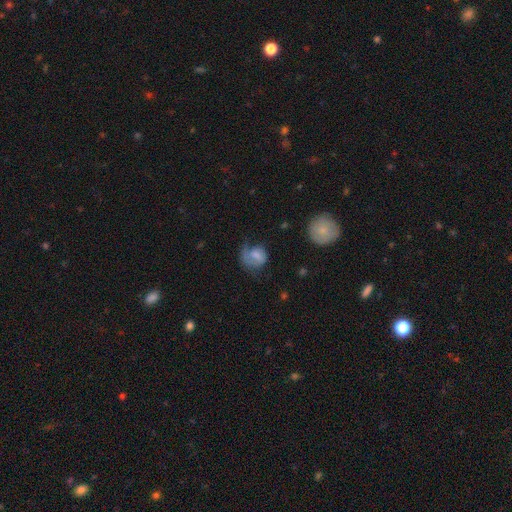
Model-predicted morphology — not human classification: smooth-or-featured: smooth: 54% | featured or disk: 37% | star or artifact: 9%
  how-rounded: round: 59% | in between: 39% | cigar-shaped: 1%
  merging: major disturbance: 41% | none: 31% | minor disturbance: 24% | merger: 4%